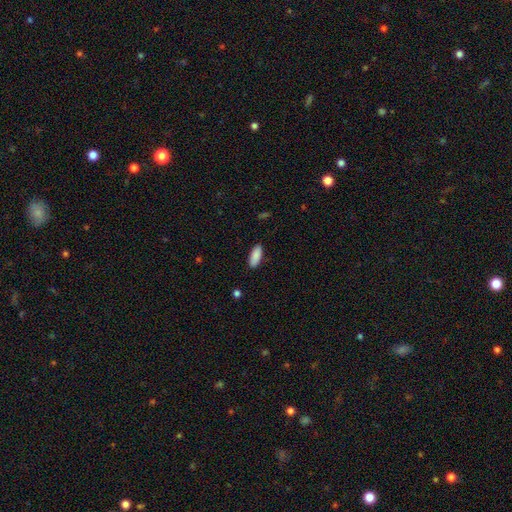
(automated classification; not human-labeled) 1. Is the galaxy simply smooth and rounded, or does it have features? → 90% smooth, 6% star or artifact, 4% featured or disk.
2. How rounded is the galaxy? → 80% in between, 19% cigar-shaped, 2% round.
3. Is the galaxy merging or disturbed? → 88% none, 9% minor disturbance, 2% major disturbance, 1% merger.